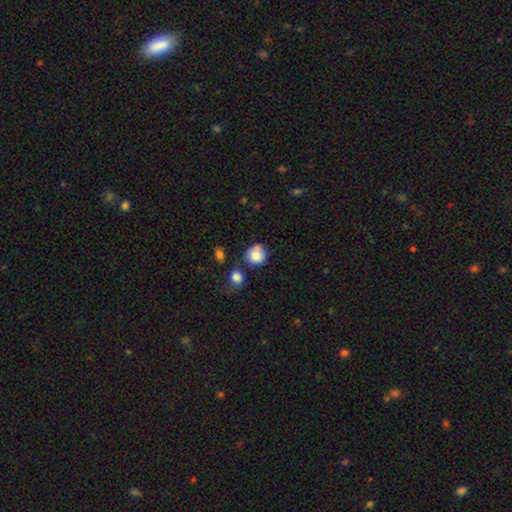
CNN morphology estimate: Q: Smooth or featured?
A: smooth (79%); runner-up: featured or disk (13%)
Q: How rounded?
A: round (85%); runner-up: in between (14%)
Q: Merging?
A: none (56%); runner-up: minor disturbance (19%)